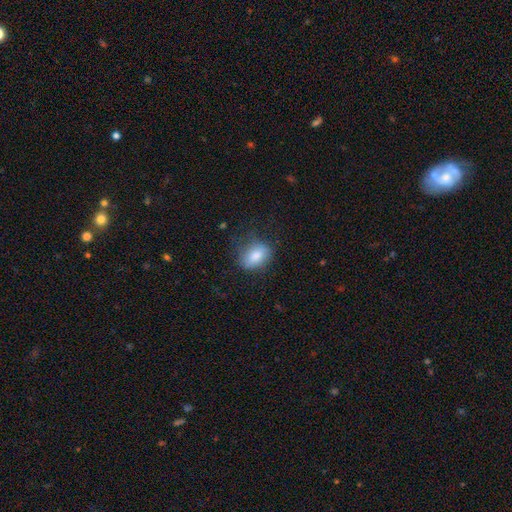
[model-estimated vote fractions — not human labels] The model was most divided on "merging": none: 65%, minor disturbance: 24%, major disturbance: 10%, merger: 1%. More confident: smooth or featured — smooth (80%); how rounded — in between (75%).